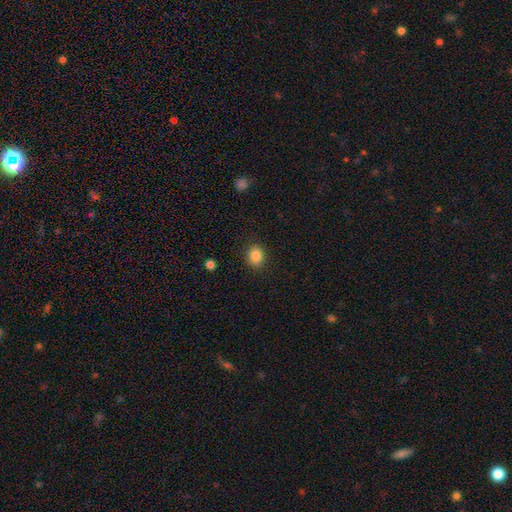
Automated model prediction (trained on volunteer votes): This appears to be a smooth galaxy with no disk features (87%) that is round (59%). Merging: none (88%).